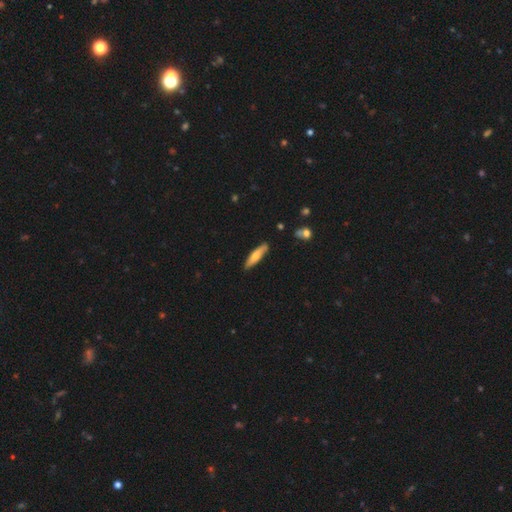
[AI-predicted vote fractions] A smooth galaxy with no disk features (60%) that is cigar-shaped (79%).

Vote fractions:
- Smooth or featured? smooth: 60% / featured or disk: 35% / star or artifact: 5%
- How rounded? cigar-shaped: 79% / in between: 20% / round: 2%
- Merging? none: 85% / minor disturbance: 12% / major disturbance: 2% / merger: 2%